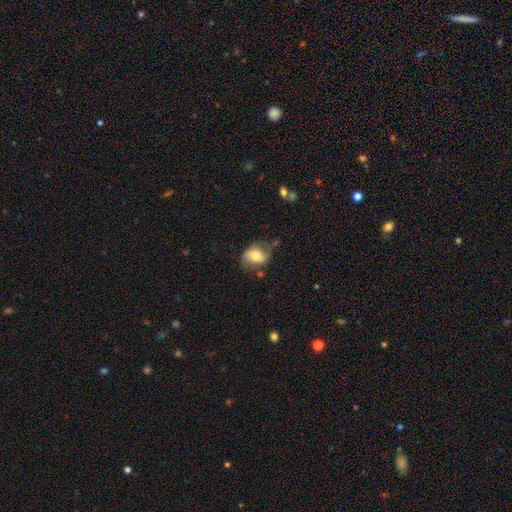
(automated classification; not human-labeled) Smooth or featured: smooth — 59% (featured or disk — 34%)
How rounded: in between — 68% (round — 31%)
Merging: none — 56% (minor disturbance — 27%)